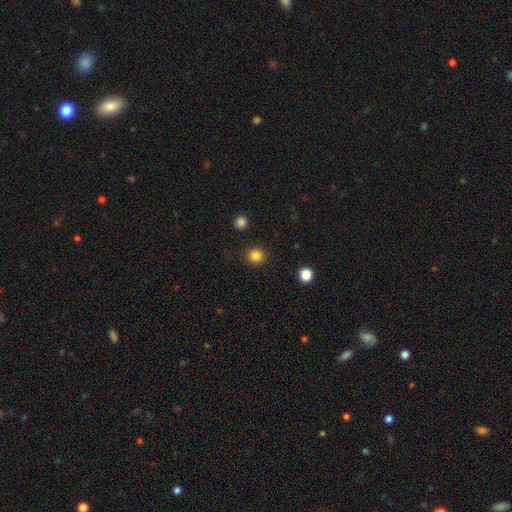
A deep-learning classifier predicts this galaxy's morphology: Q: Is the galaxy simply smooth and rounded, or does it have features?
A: smooth — 84%.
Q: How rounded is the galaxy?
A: round — 92%.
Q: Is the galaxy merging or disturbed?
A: none — 91%.